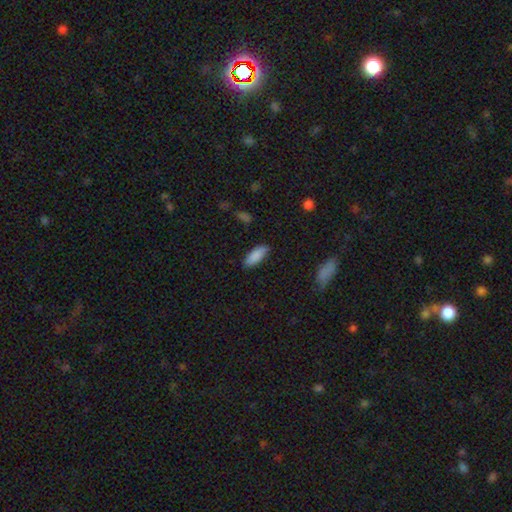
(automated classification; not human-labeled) smooth_or_featured: smooth (p=0.88) [alt: star or artifact p=0.06]
how_rounded: in between (p=0.76) [alt: cigar-shaped p=0.22]
merging: none (p=0.85) [alt: minor disturbance p=0.11]